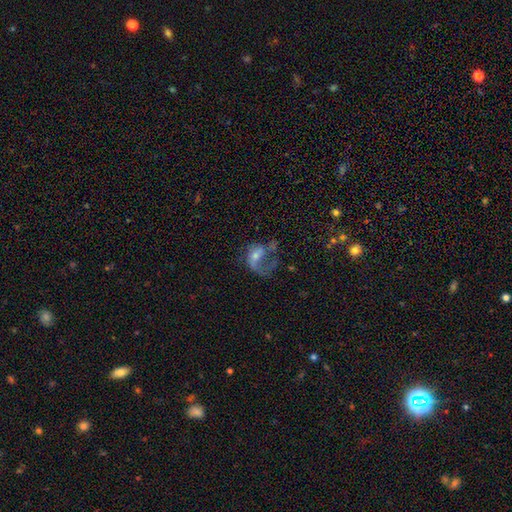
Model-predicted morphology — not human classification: A featured or disk galaxy (66%) with no bar (65%), spiral arms (73%) and a small central bulge (47%). Merging: major disturbance (51%).